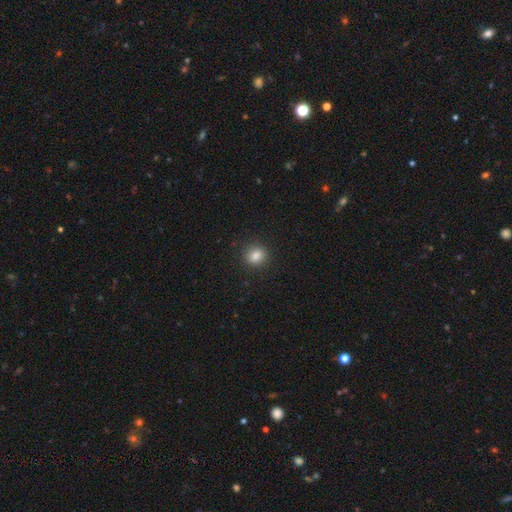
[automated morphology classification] Smooth or featured: smooth — 83% (star or artifact — 11%)
How rounded: round — 81% (in between — 18%)
Merging: none — 90% (minor disturbance — 6%)